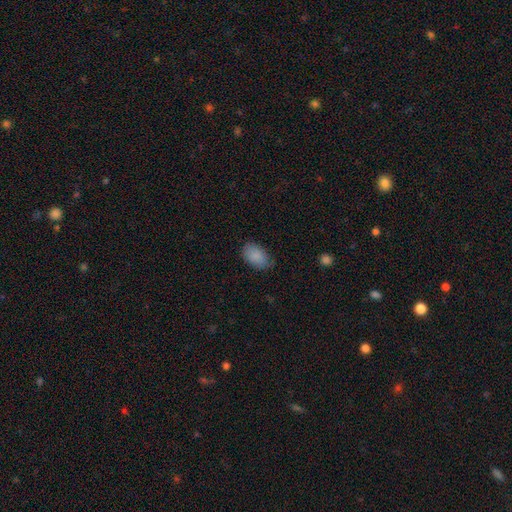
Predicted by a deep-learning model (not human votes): smooth 87%, star or artifact 7%, featured or disk 6%. Down the decision tree: how rounded — in between (91%); merging — none (76%).